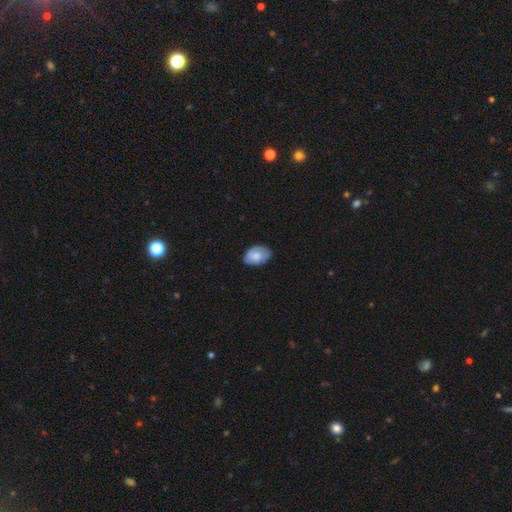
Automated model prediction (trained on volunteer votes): A smooth galaxy with no disk features (69%) that is in between round and cigar-shaped (86%).

Vote fractions:
- Smooth or featured? smooth: 69% / featured or disk: 25% / star or artifact: 7%
- How rounded? in between: 86% / round: 13% / cigar-shaped: 1%
- Merging? none: 77% / minor disturbance: 19% / major disturbance: 3% / merger: 1%